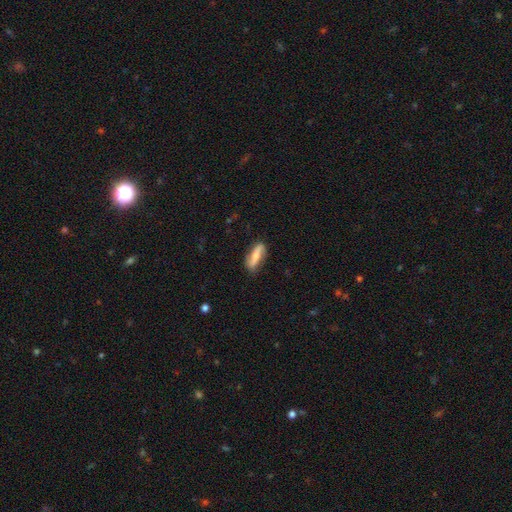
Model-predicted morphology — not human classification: smooth_or_featured: featured or disk (p=0.48) [alt: smooth p=0.46]
merging: none (p=0.79) [alt: minor disturbance p=0.16]